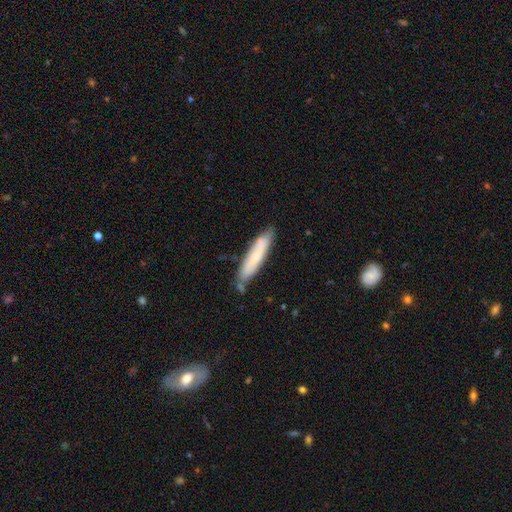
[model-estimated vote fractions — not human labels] Morphology: type=smooth (68%); roundness=cigar-shaped (87%); merging=none (73%).